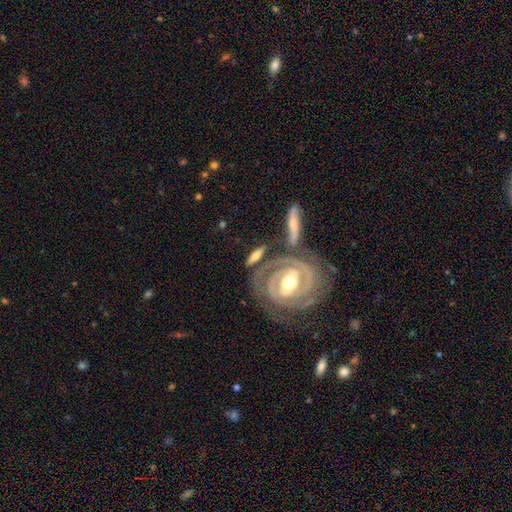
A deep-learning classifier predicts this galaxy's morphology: smooth-or-featured: featured or disk: 65% | smooth: 29% | star or artifact: 6%
  disk-edge-on: no: 76% | yes: 24%
  merging: none: 55% | merger: 19% | minor disturbance: 17% | major disturbance: 8%